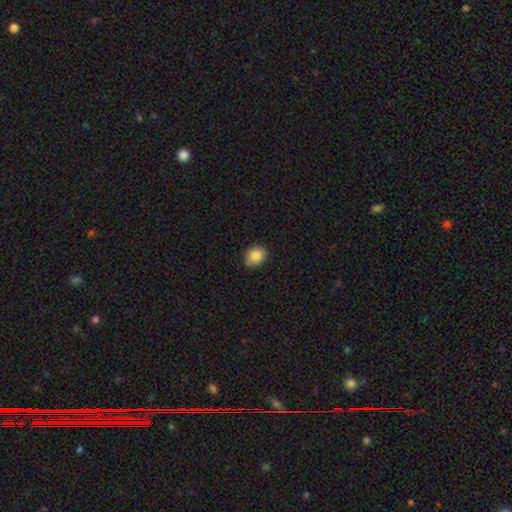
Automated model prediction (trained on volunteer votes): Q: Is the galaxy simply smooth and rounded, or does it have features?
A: smooth — 84%.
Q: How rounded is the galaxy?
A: round — 61%.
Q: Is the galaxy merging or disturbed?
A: none — 81%.